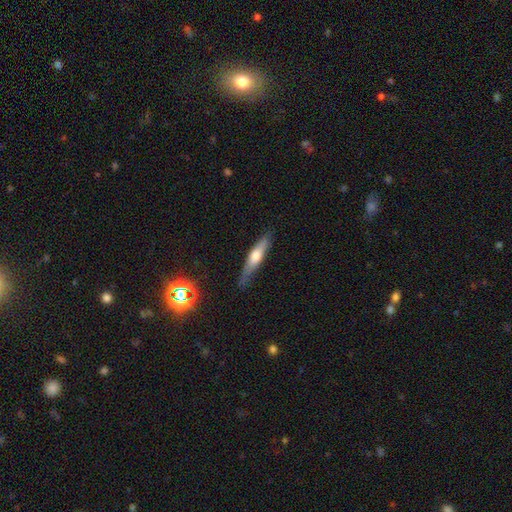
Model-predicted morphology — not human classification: This appears to be a smooth galaxy with no disk features (49%). Merging: none (74%).